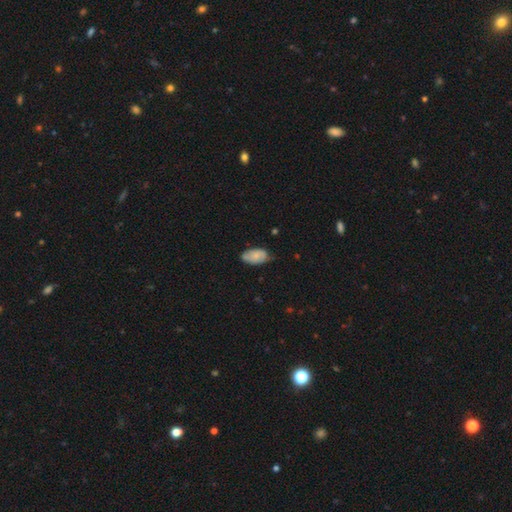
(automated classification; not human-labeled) smooth-or-featured: smooth: 72% | featured or disk: 21% | star or artifact: 7%
  how-rounded: in between: 94% | round: 4% | cigar-shaped: 2%
  merging: none: 63% | minor disturbance: 30% | major disturbance: 5% | merger: 2%